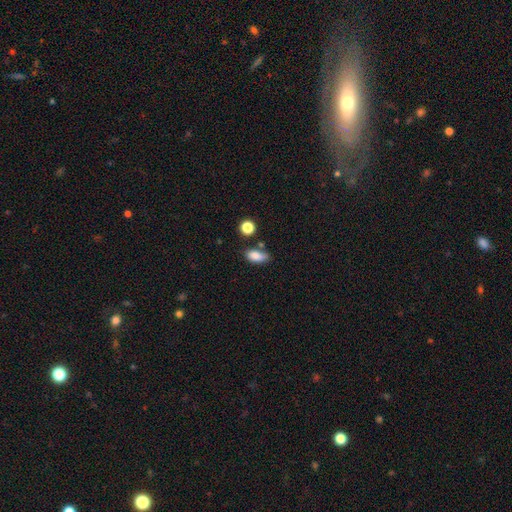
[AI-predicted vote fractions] Smooth or featured? Predicted: smooth (p=0.84). How rounded? Predicted: in between (p=0.85). Merging? Predicted: none (p=0.60).